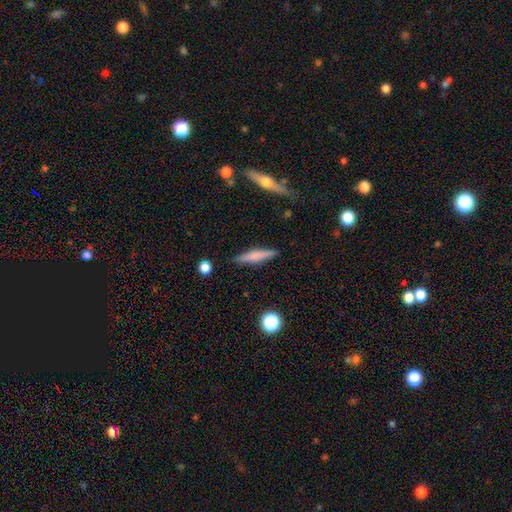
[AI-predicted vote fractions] A smooth galaxy with no disk features (58%) that is cigar-shaped (85%). Merging: none (88%).